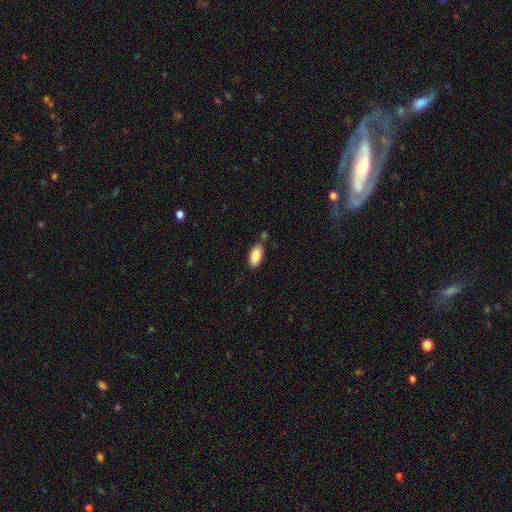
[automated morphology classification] smooth_or_featured: smooth (p=0.88) [alt: star or artifact p=0.07]
how_rounded: in between (p=0.92) [alt: cigar-shaped p=0.06]
merging: none (p=0.75) [alt: minor disturbance p=0.14]